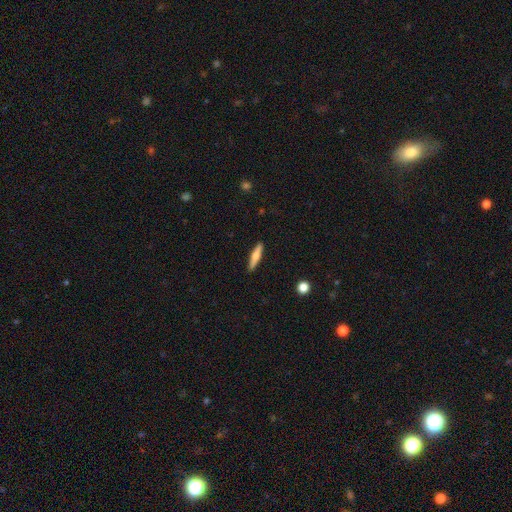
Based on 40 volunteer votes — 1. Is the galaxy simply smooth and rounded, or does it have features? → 55% smooth, 38% featured or disk, 8% star or artifact.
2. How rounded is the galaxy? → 100% cigar-shaped, 0% round, 0% in between.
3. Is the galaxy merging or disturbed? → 97% none, 3% minor disturbance, 0% major disturbance, 0% merger.